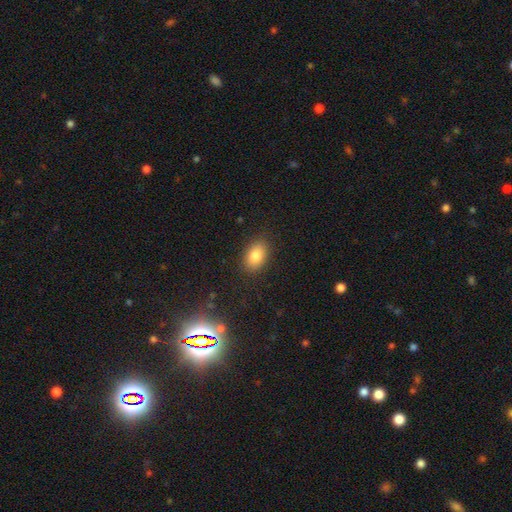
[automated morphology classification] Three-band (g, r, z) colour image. It shows a smooth galaxy with no disk features (83%) that is in between round and cigar-shaped (87%). Merging: none (87%).